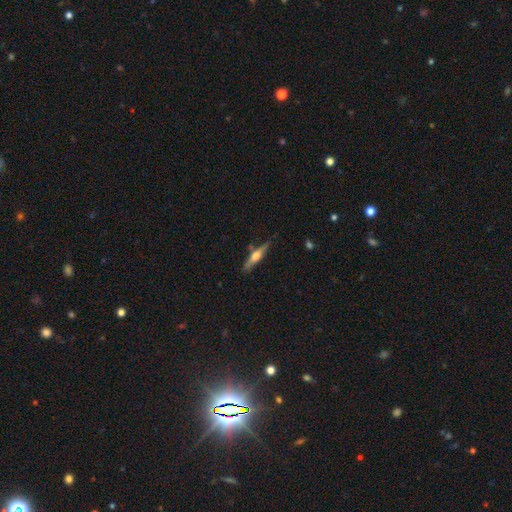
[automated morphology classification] smooth-or-featured: featured or disk: 63% | smooth: 32% | star or artifact: 6%
  disk-edge-on: yes: 96% | no: 4%
    edge-on-bulge: rounded: 89% | boxy: 7% | none: 4%
  merging: none: 80% | minor disturbance: 13% | merger: 4% | major disturbance: 3%